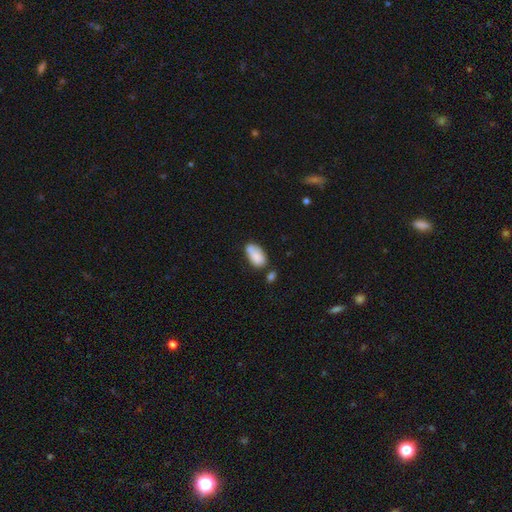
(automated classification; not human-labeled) Smooth or featured? Predicted: smooth (p=0.81). How rounded? Predicted: in between (p=0.92). Merging? Predicted: none (p=0.46).